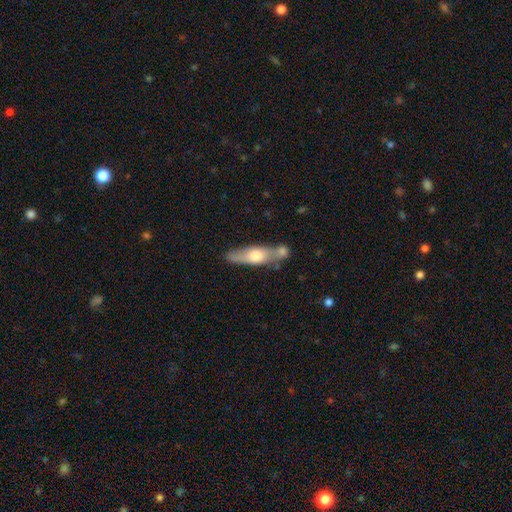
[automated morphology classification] A featured or disk galaxy (48%).

Vote fractions:
- Smooth or featured? featured or disk: 48% / smooth: 46% / star or artifact: 6%
- Merging? none: 58% / merger: 20% / minor disturbance: 17% / major disturbance: 5%